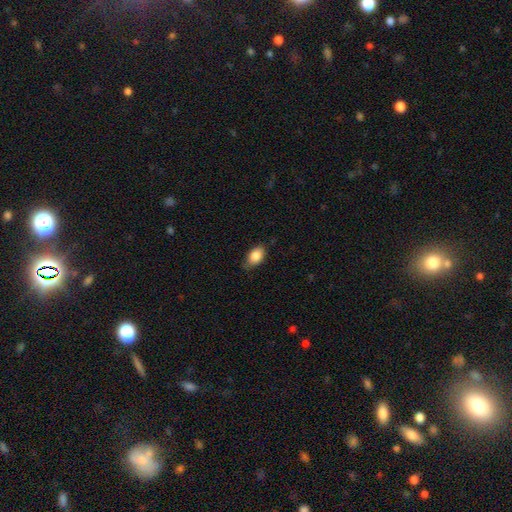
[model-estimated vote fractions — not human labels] smooth 86%, star or artifact 7%, featured or disk 7%. Down the decision tree: how rounded — in between (89%); merging — none (72%).